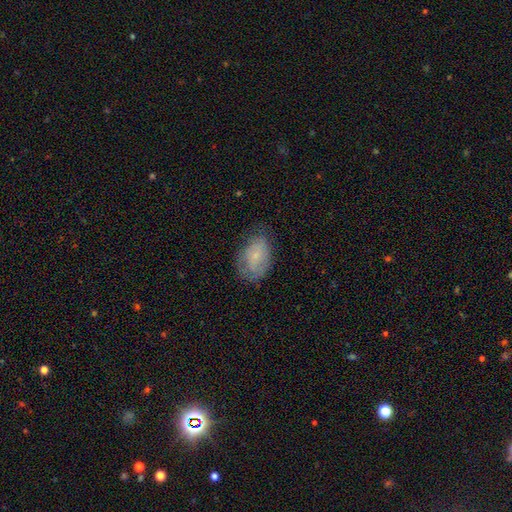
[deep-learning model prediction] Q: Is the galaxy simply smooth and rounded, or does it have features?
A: smooth — 58%.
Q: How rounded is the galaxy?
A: in between — 85%.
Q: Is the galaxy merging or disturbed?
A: none — 61%.